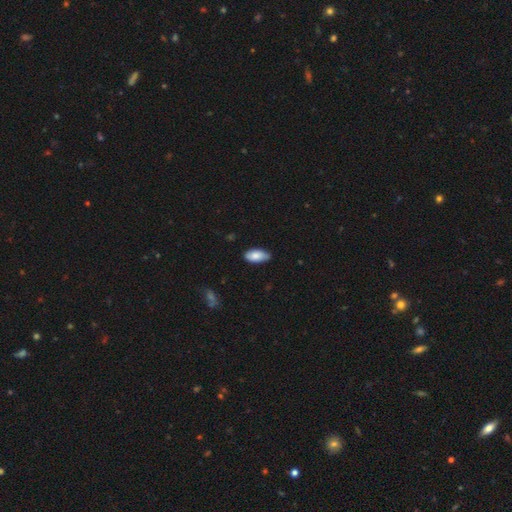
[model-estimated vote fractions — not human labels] smooth 81%, featured or disk 12%, star or artifact 6%. Down the decision tree: how rounded — in between (93%); merging — none (77%).